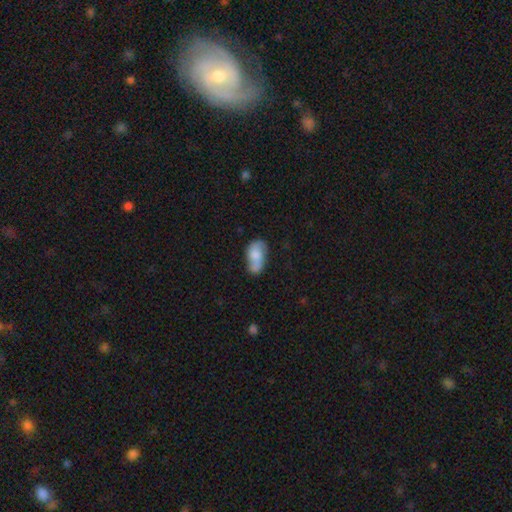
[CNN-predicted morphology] The model was most divided on "smooth or featured": smooth: 56%, featured or disk: 36%, star or artifact: 8%. Remaining: how rounded — in between (91%); merging — none (49%).